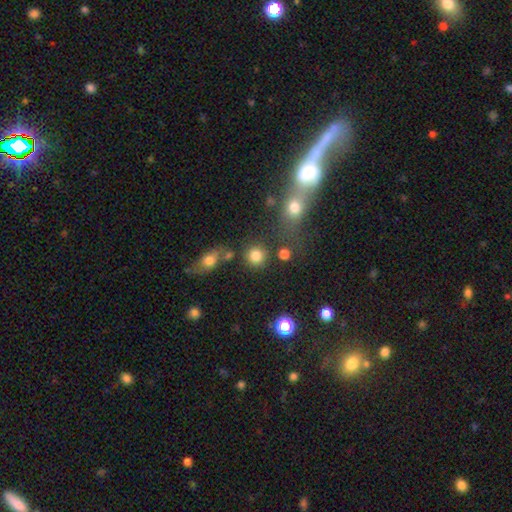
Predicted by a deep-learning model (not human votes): Smooth or featured: smooth — 82% (star or artifact — 12%)
How rounded: round — 89% (in between — 10%)
Merging: none — 77% (merger — 10%)